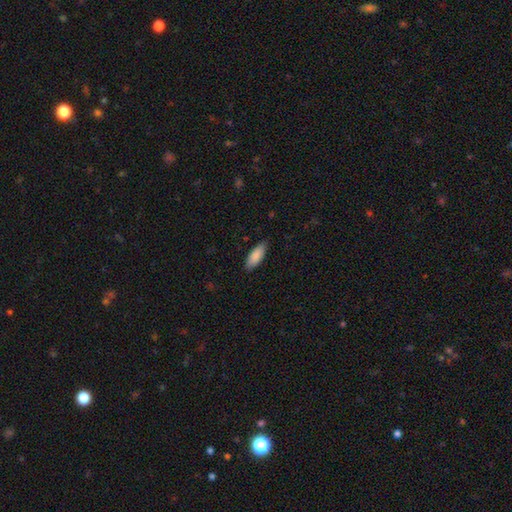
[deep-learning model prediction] A smooth galaxy with no disk features (88%) that is in between round and cigar-shaped (74%). Merging: none (84%).